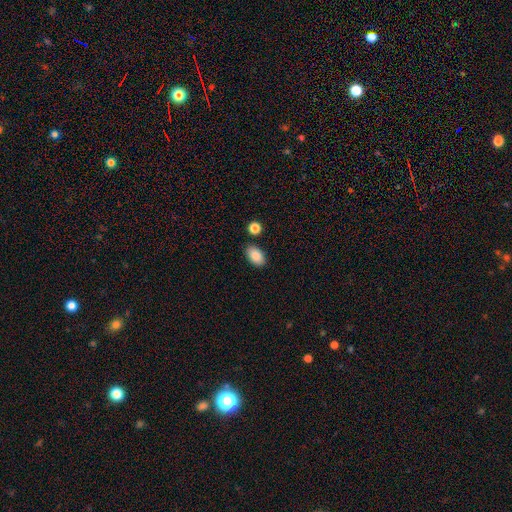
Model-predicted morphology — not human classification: A smooth galaxy with no disk features (87%) that is in between round and cigar-shaped (92%).

Vote fractions:
- Smooth or featured? smooth: 87% / star or artifact: 7% / featured or disk: 5%
- How rounded? in between: 92% / round: 6% / cigar-shaped: 1%
- Merging? none: 84% / minor disturbance: 10% / merger: 4% / major disturbance: 2%